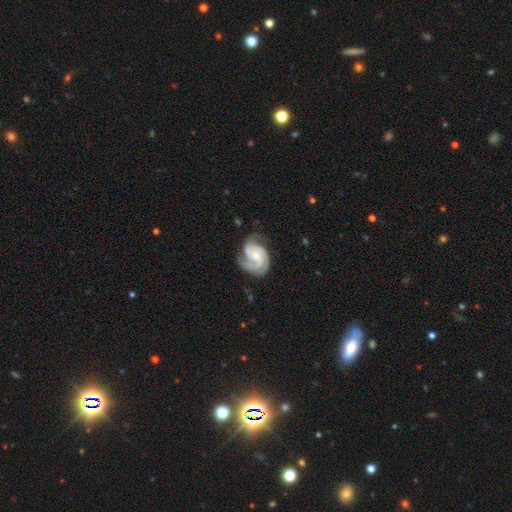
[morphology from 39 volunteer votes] Smooth or featured? 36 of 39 (92%) said featured or disk. Edge-on disk? 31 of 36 (86%) said no. Bar? 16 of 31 (52%) said no. Spiral arms? 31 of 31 (100%) said yes. Spiral winding? 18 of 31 (58%) said medium. Spiral arm count? 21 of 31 (68%) said 2. Bulge size? 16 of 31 (52%) said small. Merging? 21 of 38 (55%) said none.